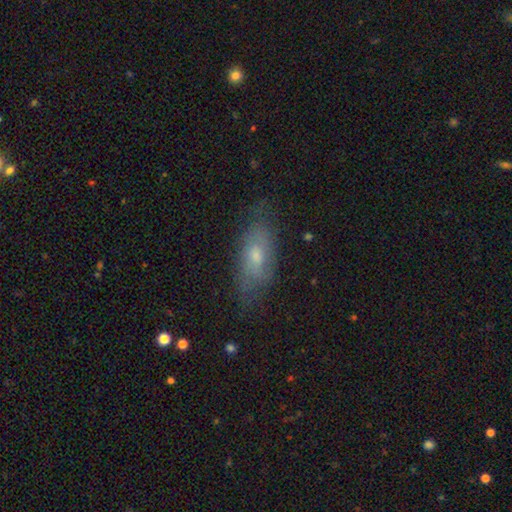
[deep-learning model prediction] smooth 54%, featured or disk 37%, star or artifact 9%. Down the decision tree: how rounded — in between (78%); merging — none (73%).